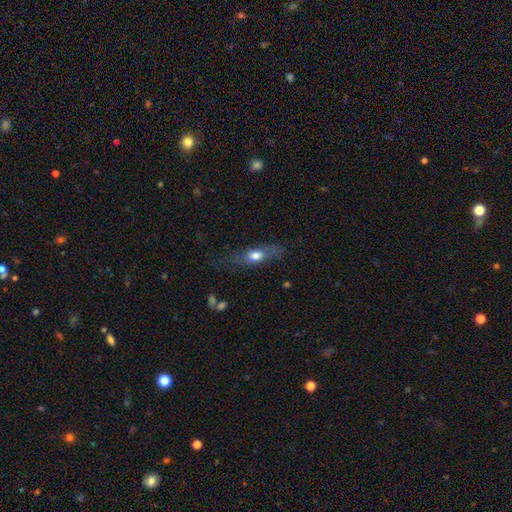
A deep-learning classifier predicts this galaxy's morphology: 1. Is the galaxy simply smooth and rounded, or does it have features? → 63% smooth, 29% featured or disk, 8% star or artifact.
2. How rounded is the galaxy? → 55% in between, 38% cigar-shaped, 7% round.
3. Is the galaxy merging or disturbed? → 62% none, 23% minor disturbance, 12% major disturbance, 3% merger.